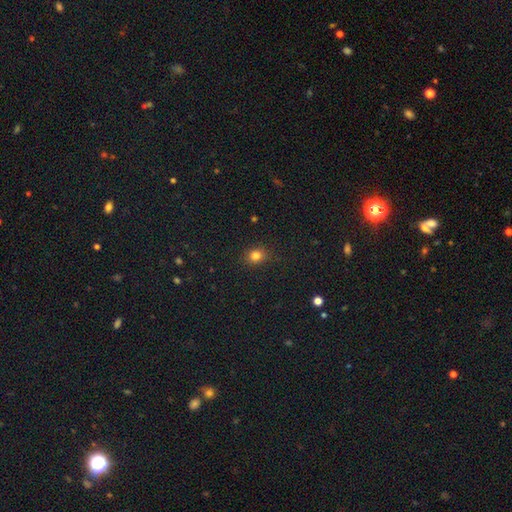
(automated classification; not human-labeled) Smooth or featured? smooth (81%)
How rounded? round (70%)
Merging? none (87%)